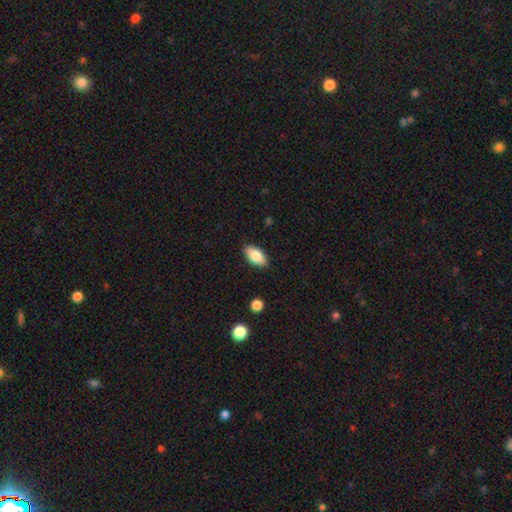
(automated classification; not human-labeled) This is clearly a smooth galaxy (83%). How rounded: clearly in between (91%). Merging: clearly none (87%).